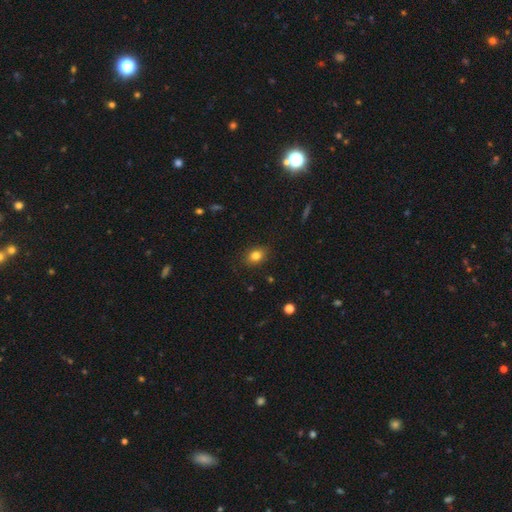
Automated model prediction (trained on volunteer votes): Smooth or featured: smooth — 81% (star or artifact — 11%)
How rounded: in between — 64% (round — 35%)
Merging: none — 85% (minor disturbance — 12%)